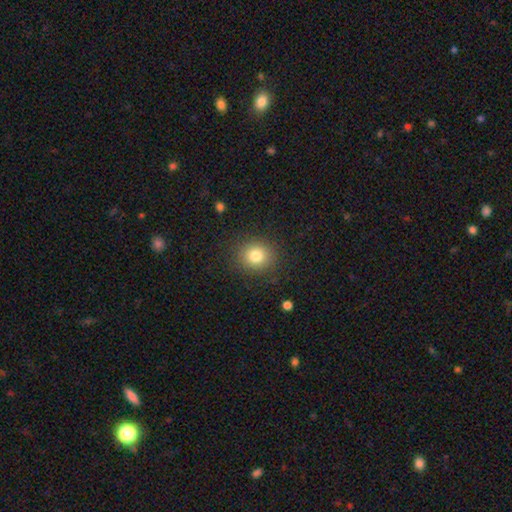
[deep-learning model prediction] Smooth or featured? smooth (80%)
How rounded? round (82%)
Merging? none (88%)